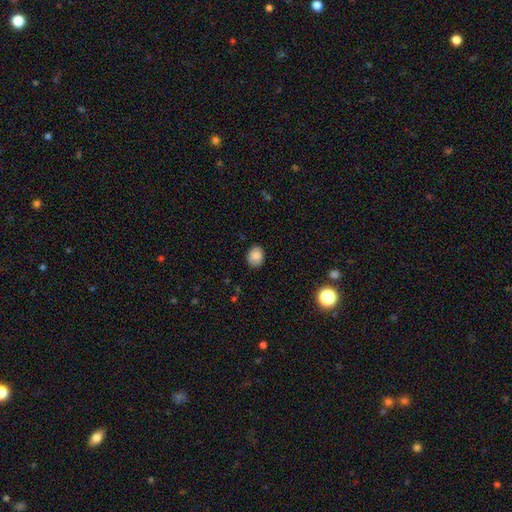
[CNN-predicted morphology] This appears to be a smooth galaxy with no disk features (88%) that is in between round and cigar-shaped (54%). Merging: none (86%).